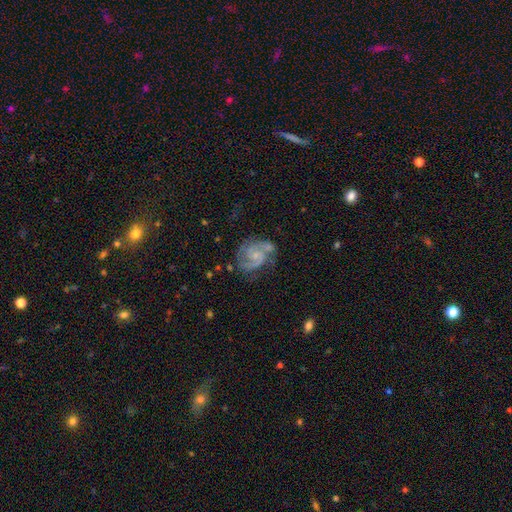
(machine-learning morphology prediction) type=featured or disk (90%); edge-on=no (98%); bar=no (57%); spiral arms=yes (98%); winding=medium (49%); arm count=2 (85%); bulge=small (65%); merging=none (66%).